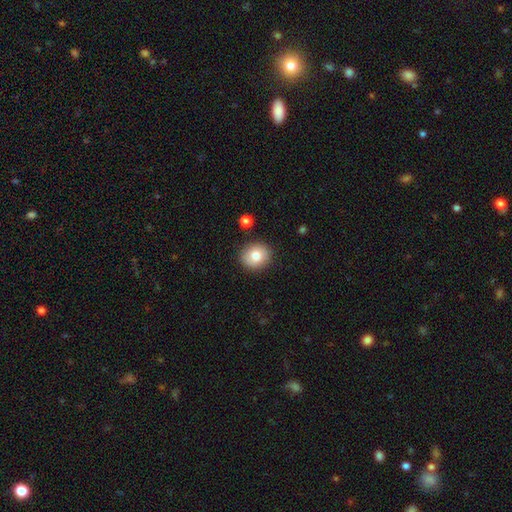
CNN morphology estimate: This appears to be a smooth galaxy with no disk features (80%) that is round (72%). Merging: none (87%).